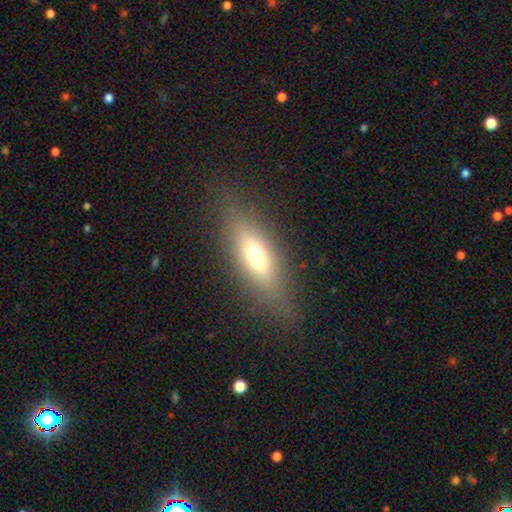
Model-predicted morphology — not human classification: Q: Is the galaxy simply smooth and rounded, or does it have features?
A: smooth — 58%.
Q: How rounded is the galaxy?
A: in between — 59%.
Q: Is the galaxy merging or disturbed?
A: none — 78%.